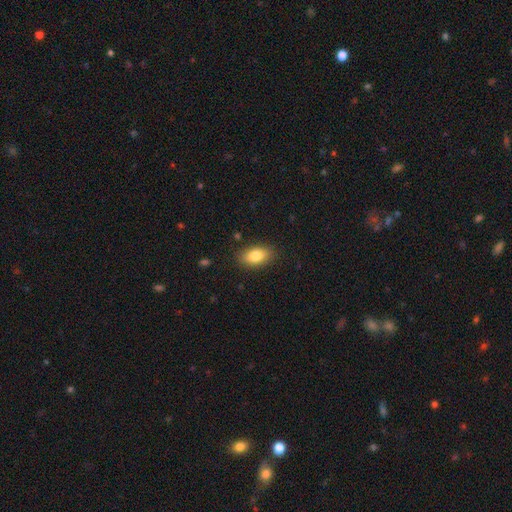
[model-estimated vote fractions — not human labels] The model was most divided on "smooth or featured": smooth: 82%, featured or disk: 10%, star or artifact: 7%. More confident: how rounded — in between (89%); merging — none (86%).